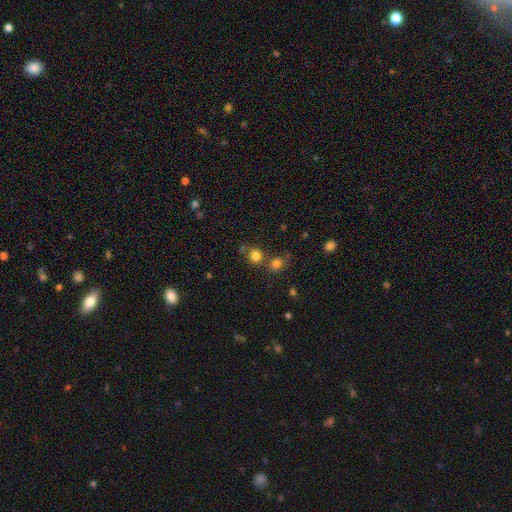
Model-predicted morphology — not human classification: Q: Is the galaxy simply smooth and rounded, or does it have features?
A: smooth — 80%.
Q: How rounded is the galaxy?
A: round — 88%.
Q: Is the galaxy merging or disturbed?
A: none — 60%.